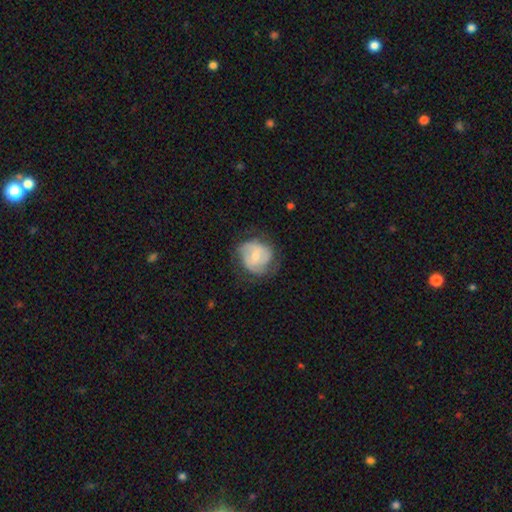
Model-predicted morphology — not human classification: The model was most divided on "bulge size": moderate: 48%, small: 47%, large: 3%, none: 2%, dominant: 1%. More confident: edge-on disk — no (97%); spiral arms — yes (73%); merging — none (57%); smooth or featured — featured or disk (56%); bar — no (54%).